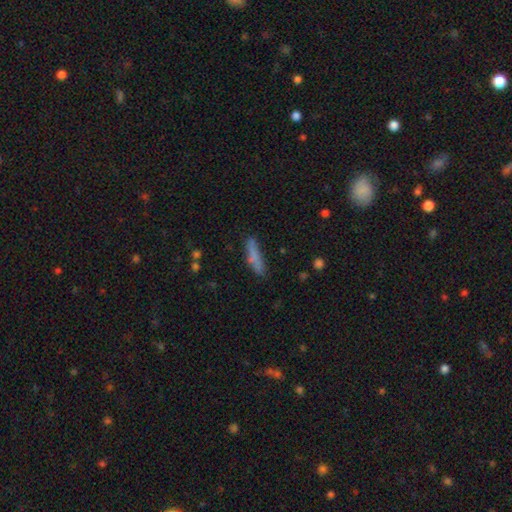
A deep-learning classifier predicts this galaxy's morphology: The model was most divided on "smooth or featured": smooth: 62%, featured or disk: 21%, star or artifact: 16%. More confident: merging — none (79%); how rounded — cigar-shaped (78%).